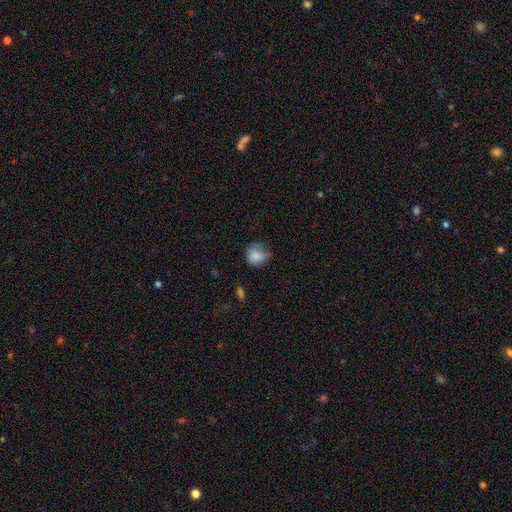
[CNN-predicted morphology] type=smooth (81%); roundness=round (79%); merging=none (55%).